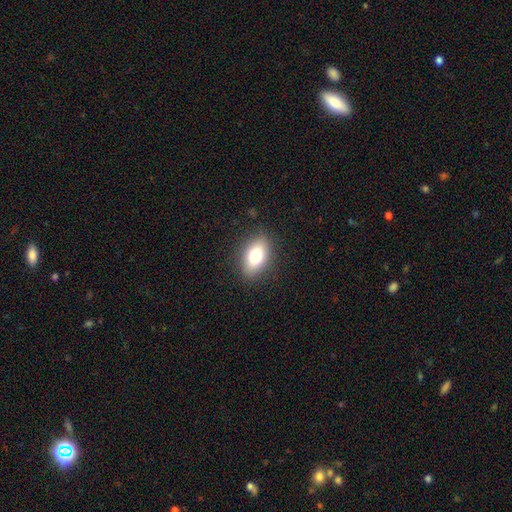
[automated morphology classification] Smooth or featured: smooth — 77% (featured or disk — 14%)
How rounded: in between — 87% (round — 10%)
Merging: none — 86% (minor disturbance — 10%)